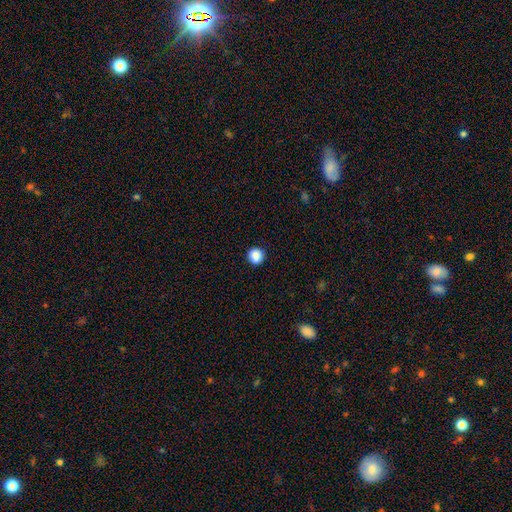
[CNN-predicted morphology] type=smooth (88%); roundness=round (92%); merging=none (89%).